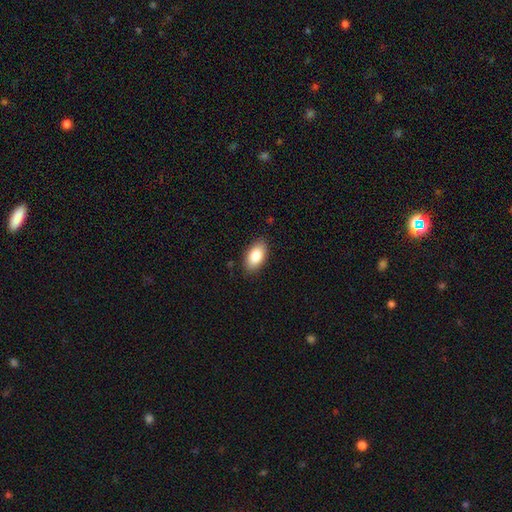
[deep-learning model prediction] The model was most divided on "merging": none: 86%, minor disturbance: 11%, major disturbance: 2%, merger: 1%. More confident: how rounded — in between (94%); smooth or featured — smooth (86%).